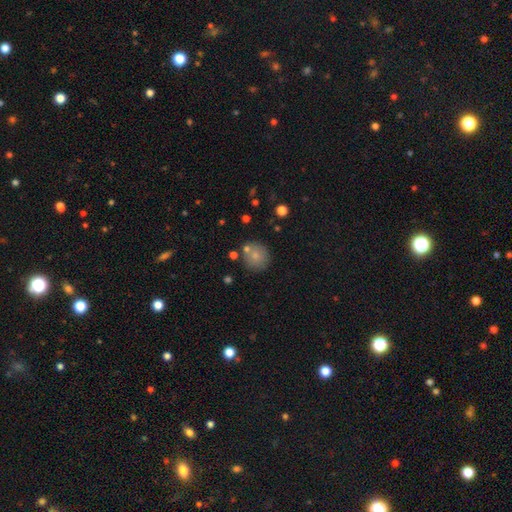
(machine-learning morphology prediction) Smooth or featured?
  - smooth: 77% *
  - featured or disk: 12%
  - star or artifact: 11%
How rounded?
  - round: 91% *
  - in between: 8%
  - cigar-shaped: 1%
Merging?
  - none: 74% *
  - merger: 11%
  - minor disturbance: 11%
  - major disturbance: 4%